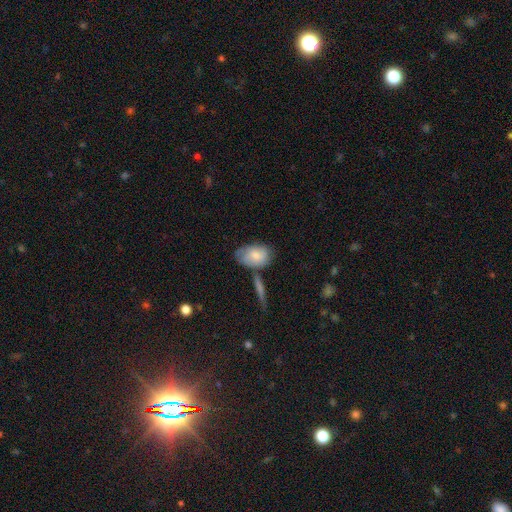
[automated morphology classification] This appears to be a smooth galaxy with no disk features (70%) that is in between round and cigar-shaped (85%). Merging: none (50%).